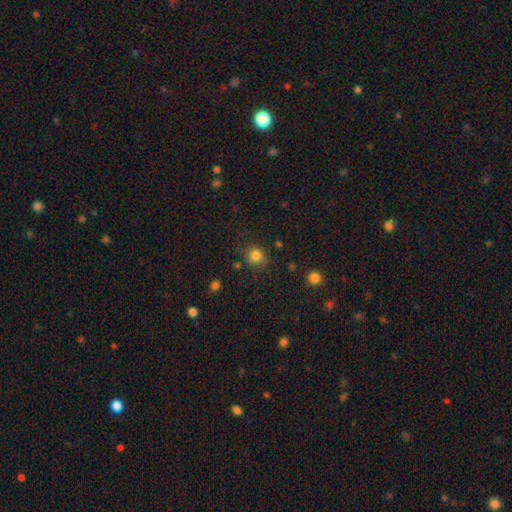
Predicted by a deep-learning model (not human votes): Smooth or featured?
  - smooth: 83% *
  - star or artifact: 12%
  - featured or disk: 5%
How rounded?
  - round: 87% *
  - in between: 12%
  - cigar-shaped: 1%
Merging?
  - none: 80% *
  - minor disturbance: 12%
  - major disturbance: 5%
  - merger: 3%